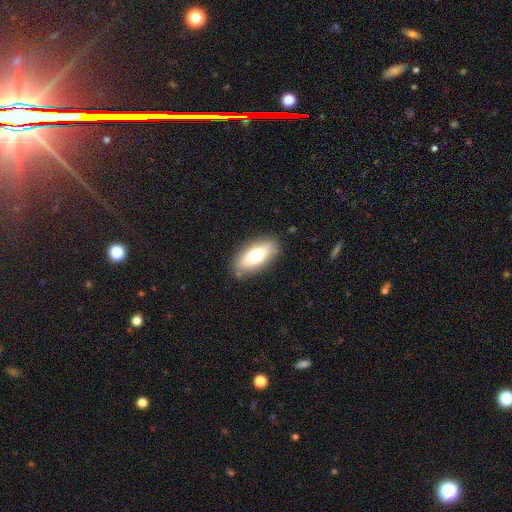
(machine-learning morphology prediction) type=smooth (68%); roundness=in between (78%); merging=none (84%).